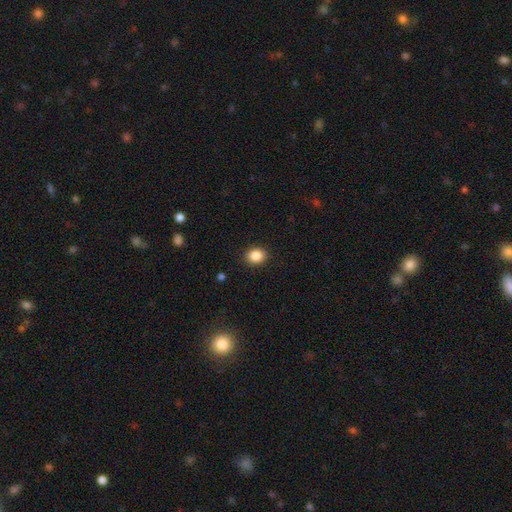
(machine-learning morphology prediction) Overall: smooth (86%). How rounded: round (64%; in between 35%). Merging: none (90%).